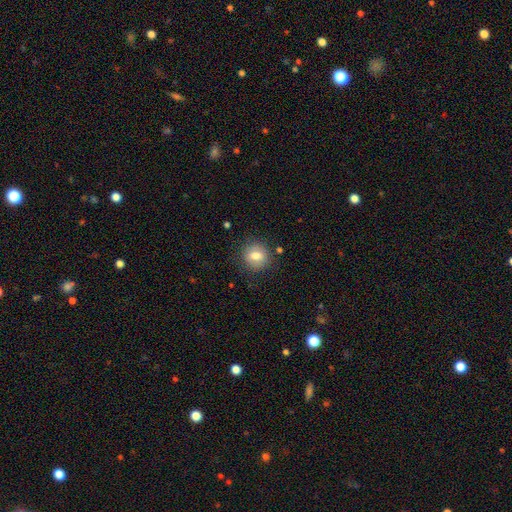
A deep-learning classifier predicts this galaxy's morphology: Overall: smooth (76%). How rounded: round (79%). Merging: none (85%).